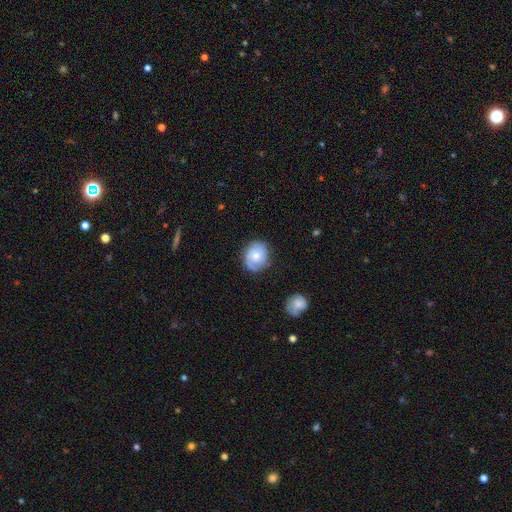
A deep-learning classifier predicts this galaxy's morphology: featured or disk 52%, smooth 41%, star or artifact 8%. Down the decision tree: edge-on disk — no (97%); bar — no (72%); spiral arms — yes (88%); bulge size — moderate (45%); merging — none (75%).